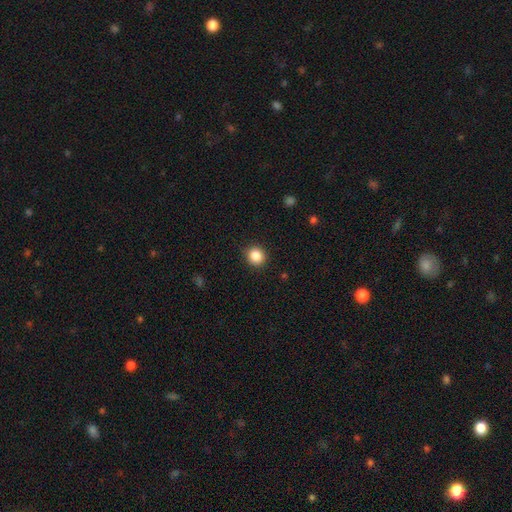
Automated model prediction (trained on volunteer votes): Smooth or featured? Predicted: smooth (p=0.86). How rounded? Predicted: round (p=0.88). Merging? Predicted: none (p=0.88).